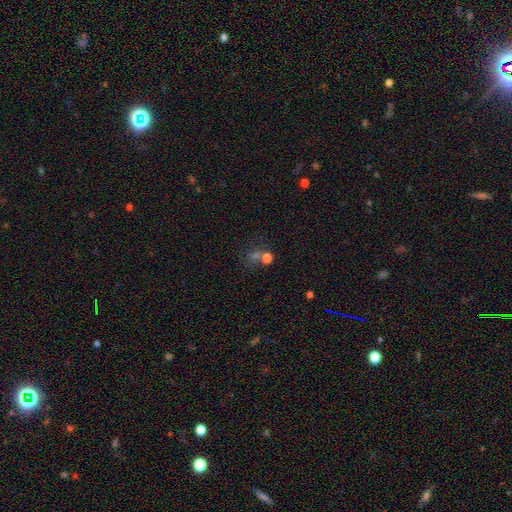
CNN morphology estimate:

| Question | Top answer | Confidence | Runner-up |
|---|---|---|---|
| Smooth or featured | smooth | 44% | star or artifact (40%) |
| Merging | none | 46% | merger (33%) |